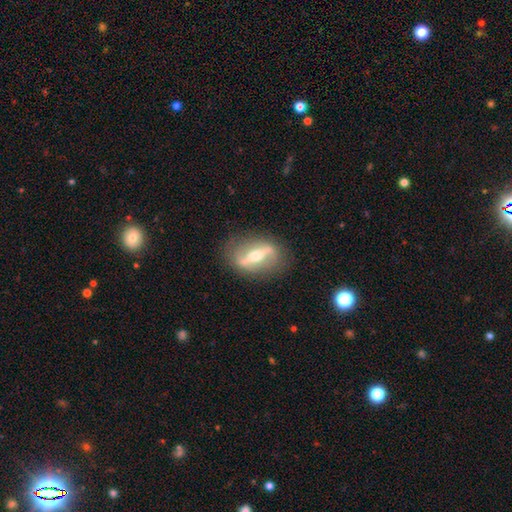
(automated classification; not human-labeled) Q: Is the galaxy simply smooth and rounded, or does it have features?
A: featured or disk — 78%.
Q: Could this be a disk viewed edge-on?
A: no — 65%.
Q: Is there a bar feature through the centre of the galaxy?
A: strong — 80%.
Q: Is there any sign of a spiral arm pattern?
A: no — 59%.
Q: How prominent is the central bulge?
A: moderate — 67%.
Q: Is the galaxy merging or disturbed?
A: none — 81%.